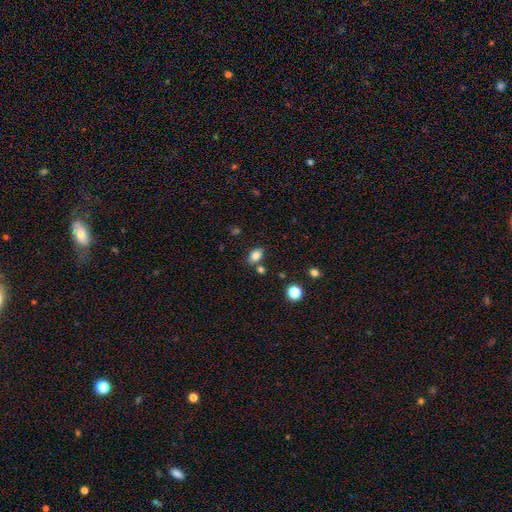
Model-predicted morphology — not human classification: A smooth galaxy with no disk features (82%) that is in between round and cigar-shaped (85%). Merging: none (75%).